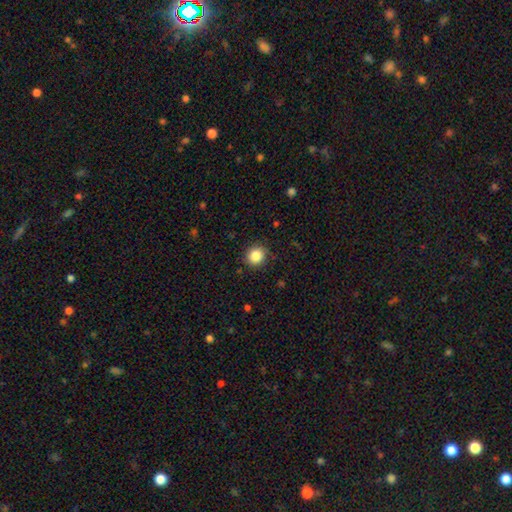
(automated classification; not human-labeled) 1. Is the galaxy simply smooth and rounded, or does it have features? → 86% smooth, 10% star or artifact, 4% featured or disk.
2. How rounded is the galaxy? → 88% round, 11% in between, 1% cigar-shaped.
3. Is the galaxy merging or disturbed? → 88% none, 8% minor disturbance, 2% major disturbance, 1% merger.